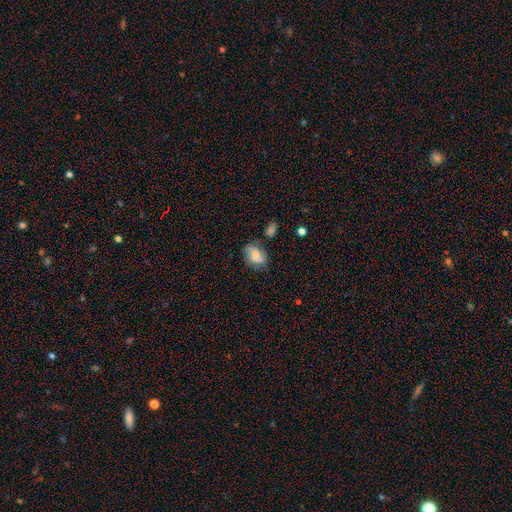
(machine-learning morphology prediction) Overall: smooth (52%; featured or disk 39%). How rounded: in between (65%; round 33%). Merging: none (62%; minor disturbance 23%).